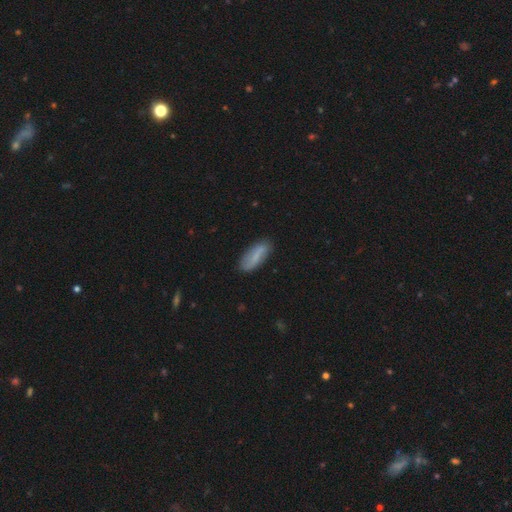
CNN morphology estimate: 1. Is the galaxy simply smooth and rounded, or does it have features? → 64% smooth, 29% featured or disk, 7% star or artifact.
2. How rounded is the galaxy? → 67% in between, 30% cigar-shaped, 2% round.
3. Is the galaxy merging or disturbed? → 81% none, 14% minor disturbance, 3% major disturbance, 2% merger.